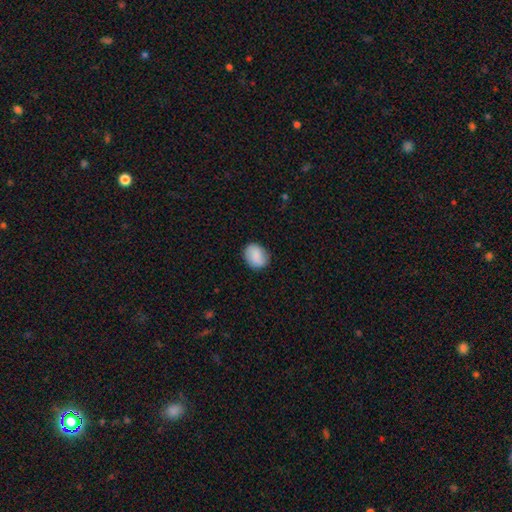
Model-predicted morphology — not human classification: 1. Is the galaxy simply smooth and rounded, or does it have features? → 81% smooth, 12% featured or disk, 7% star or artifact.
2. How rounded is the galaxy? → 52% round, 47% in between, 1% cigar-shaped.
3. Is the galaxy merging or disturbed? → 83% none, 13% minor disturbance, 3% major disturbance, 1% merger.